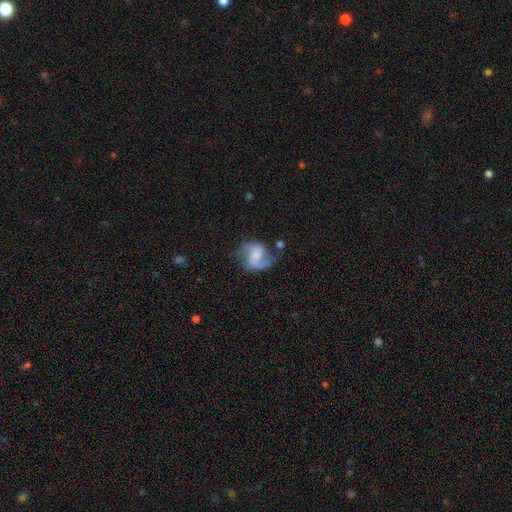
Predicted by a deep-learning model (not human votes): The model was most divided on "bulge size": none: 31%, moderate: 28%, small: 27%, large: 11%, dominant: 2%. Remaining: edge-on disk — no (98%); spiral arms — yes (95%); spiral arm count — 2 (82%); smooth or featured — featured or disk (81%); merging — none (59%); bar — weak (48%); spiral winding — medium (47%).